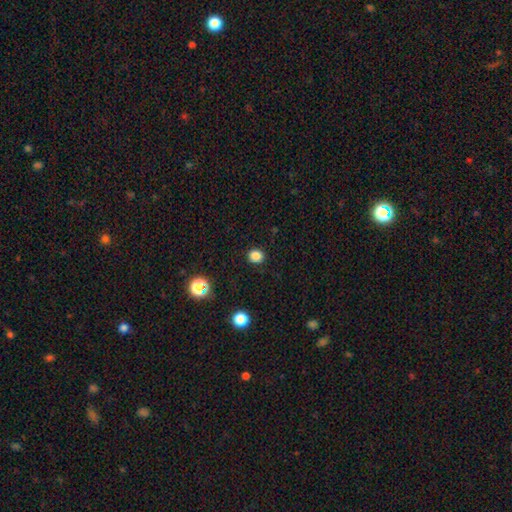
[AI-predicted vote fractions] smooth-or-featured: smooth: 83% | star or artifact: 13% | featured or disk: 4%
  how-rounded: round: 76% | in between: 23% | cigar-shaped: 1%
  merging: none: 90% | minor disturbance: 7% | major disturbance: 2% | merger: 1%